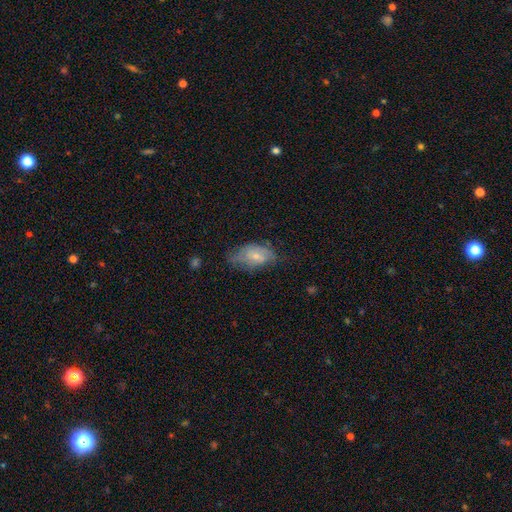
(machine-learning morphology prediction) Overall: featured or disk (47%; smooth 45%). Merging: none (47%; minor disturbance 34%).